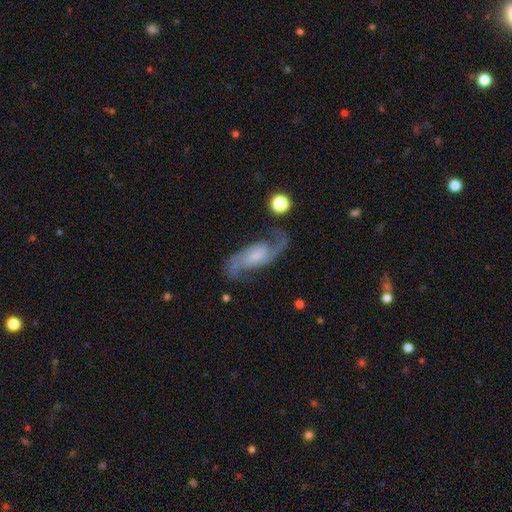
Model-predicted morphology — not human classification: smooth-or-featured: featured or disk: 88% | smooth: 7% | star or artifact: 5%
  disk-edge-on: no: 96% | yes: 4%
    bar: weak: 48% | no: 35% | strong: 17%
    has-spiral-arms: yes: 97% | no: 3%
      spiral-winding: medium: 51% | loose: 33% | tight: 15%
      spiral-arm-count: 2: 92% | can't tell: 3% | 1: 2% | 3: 1% | 4: 1% | more than 4: 1%
    bulge-size: small: 51% | moderate: 25% | none: 18% | large: 4% | dominant: 1%
  merging: none: 75% | minor disturbance: 15% | major disturbance: 7% | merger: 3%